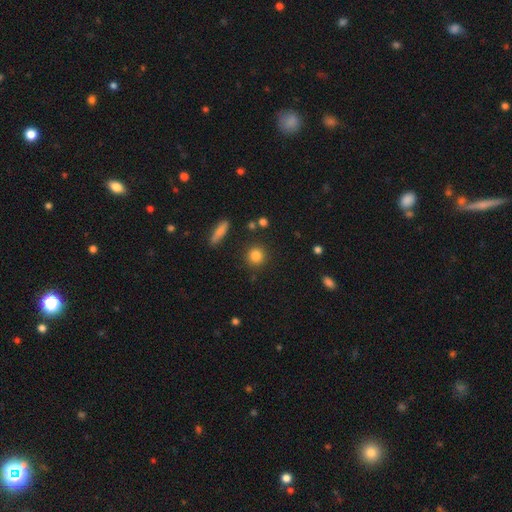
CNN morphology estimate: A smooth galaxy with no disk features (83%) that is round (90%).

Vote fractions:
- Smooth or featured? smooth: 83% / star or artifact: 10% / featured or disk: 6%
- How rounded? round: 90% / in between: 8% / cigar-shaped: 2%
- Merging? none: 88% / minor disturbance: 7% / merger: 3% / major disturbance: 3%